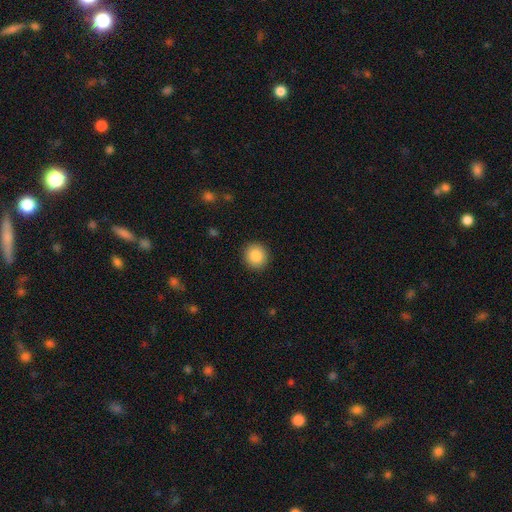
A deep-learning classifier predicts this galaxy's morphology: Smooth or featured? smooth (88%)
How rounded? round (91%)
Merging? none (92%)